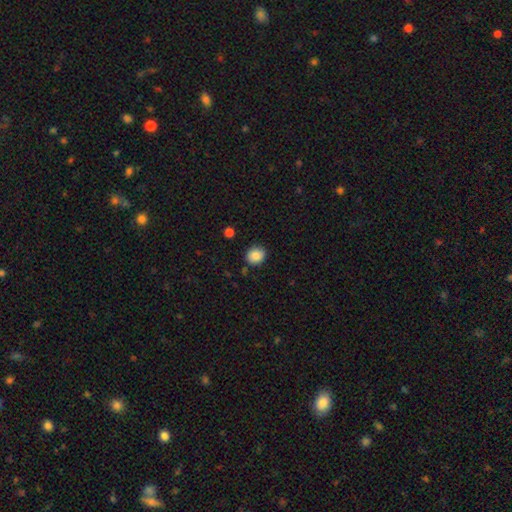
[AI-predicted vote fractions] Smooth or featured? smooth (86%)
How rounded? round (73%)
Merging? none (85%)